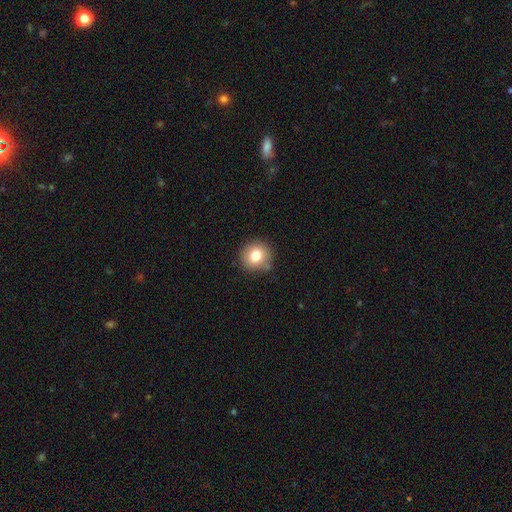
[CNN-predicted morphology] Q: Smooth or featured?
A: smooth (80%); runner-up: star or artifact (10%)
Q: How rounded?
A: round (87%); runner-up: in between (12%)
Q: Merging?
A: none (80%); runner-up: minor disturbance (14%)